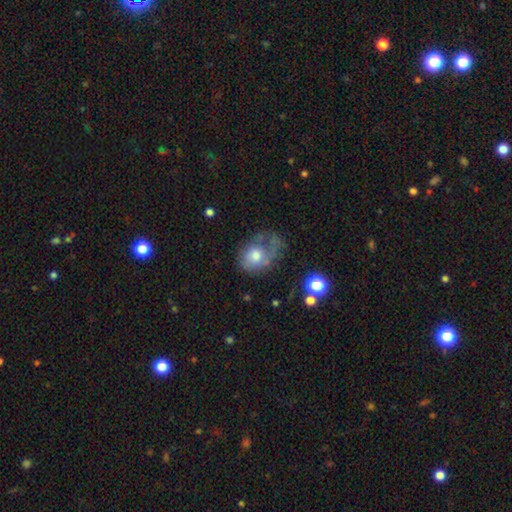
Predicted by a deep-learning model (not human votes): The model was most divided on "merging": major disturbance: 42%, none: 28%, minor disturbance: 26%, merger: 4%. More confident: how rounded — in between (62%); smooth or featured — smooth (53%).